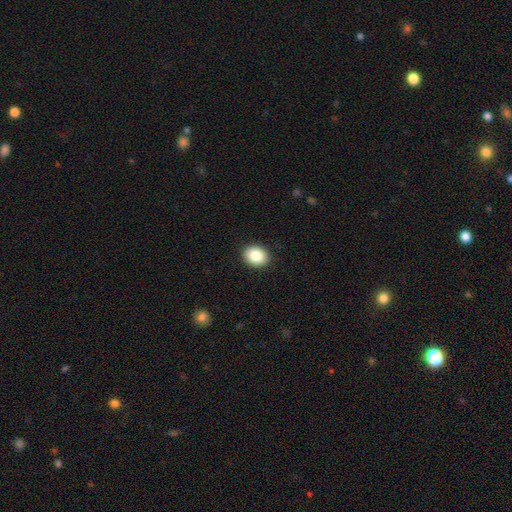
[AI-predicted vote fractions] A smooth galaxy with no disk features (86%) that is in between round and cigar-shaped (56%).

Vote fractions:
- Smooth or featured? smooth: 86% / star or artifact: 8% / featured or disk: 6%
- How rounded? in between: 56% / round: 43% / cigar-shaped: 1%
- Merging? none: 91% / minor disturbance: 6% / major disturbance: 2% / merger: 1%